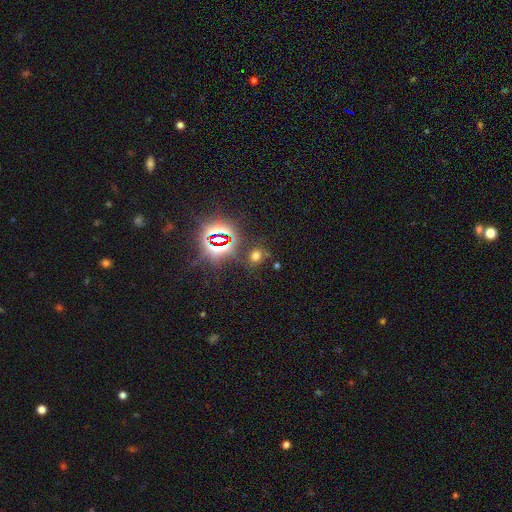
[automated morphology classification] smooth 52%, star or artifact 40%, featured or disk 8%. Down the decision tree: how rounded — round (70%); merging — none (78%).